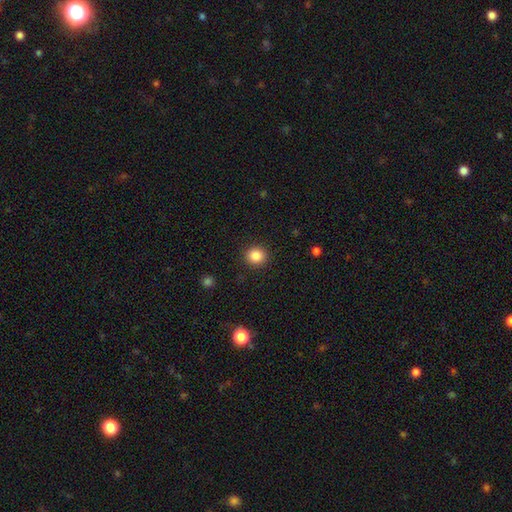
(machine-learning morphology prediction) Smooth or featured? Predicted: smooth (p=0.85). How rounded? Predicted: round (p=0.88). Merging? Predicted: none (p=0.91).